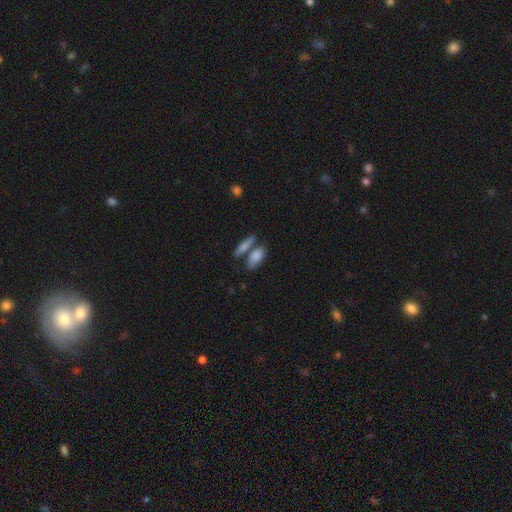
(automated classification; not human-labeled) This is clearly a smooth galaxy (80%). How rounded: likely in between (77%). Merging: possibly none (49%).